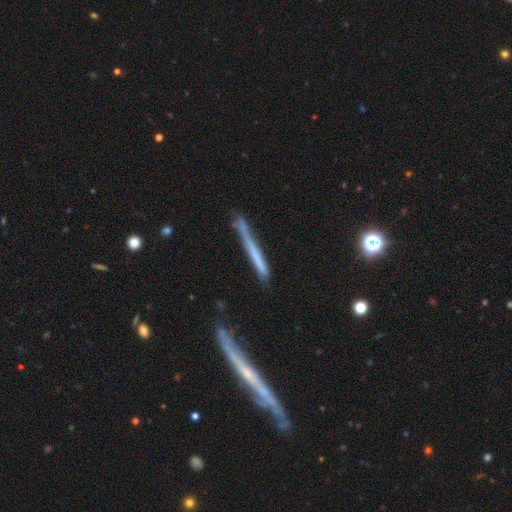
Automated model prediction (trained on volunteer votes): Smooth or featured?
  - smooth: 48% *
  - featured or disk: 44%
  - star or artifact: 8%
Merging?
  - none: 64% *
  - minor disturbance: 22%
  - major disturbance: 8%
  - merger: 6%